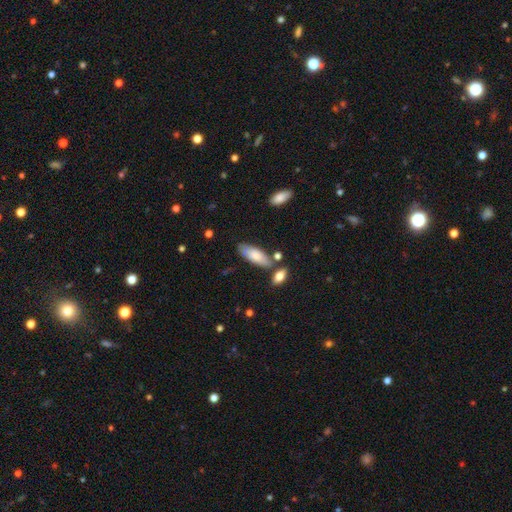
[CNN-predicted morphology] The model was most divided on "smooth or featured": smooth: 69%, featured or disk: 25%, star or artifact: 6%. More confident: how rounded — in between (75%); merging — none (66%).